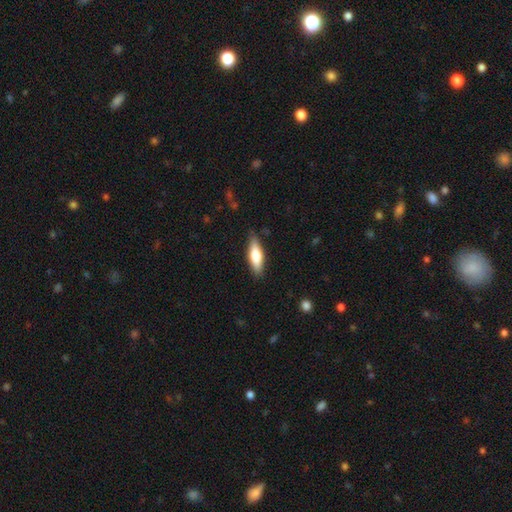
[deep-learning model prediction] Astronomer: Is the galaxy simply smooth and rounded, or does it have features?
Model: smooth — 65%.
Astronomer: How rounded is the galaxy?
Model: in between — 53% (runner-up: cigar-shaped, 45%).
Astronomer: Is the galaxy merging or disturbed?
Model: none — 84%.